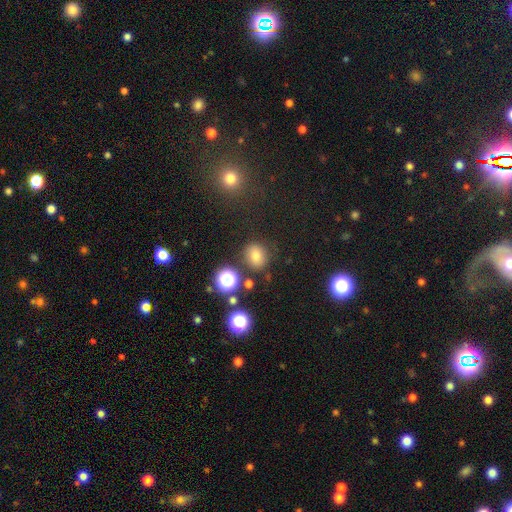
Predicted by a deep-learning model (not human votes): Smooth or featured?
  - smooth: 72% *
  - star or artifact: 19%
  - featured or disk: 9%
How rounded?
  - round: 71% *
  - in between: 27%
  - cigar-shaped: 1%
Merging?
  - none: 82% *
  - minor disturbance: 11%
  - merger: 4%
  - major disturbance: 4%